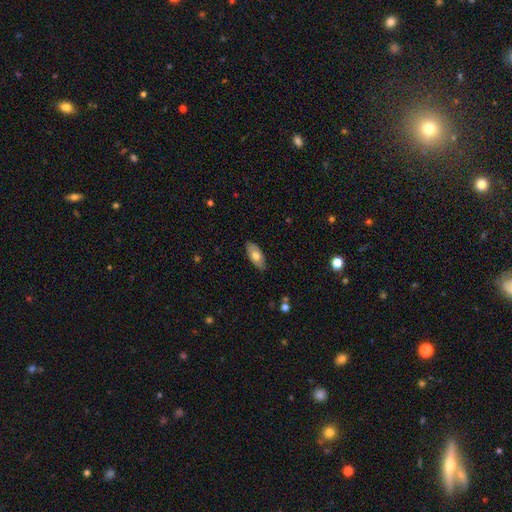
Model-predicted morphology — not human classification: Smooth or featured? Predicted: smooth (p=0.66). How rounded? Predicted: in between (p=0.90). Merging? Predicted: none (p=0.84).